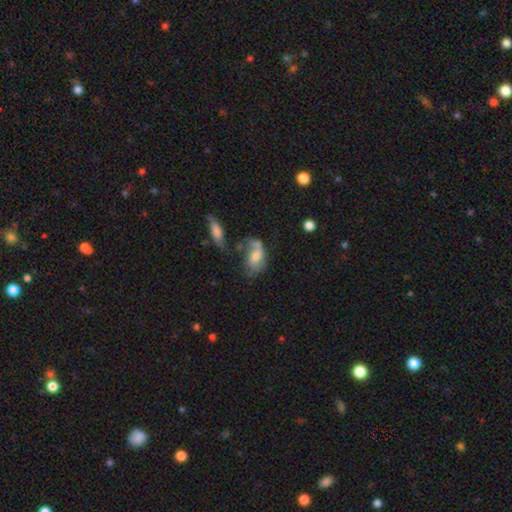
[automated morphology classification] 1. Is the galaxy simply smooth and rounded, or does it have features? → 48% featured or disk, 42% smooth, 10% star or artifact.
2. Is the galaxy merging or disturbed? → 32% none, 25% major disturbance, 24% minor disturbance, 20% merger.